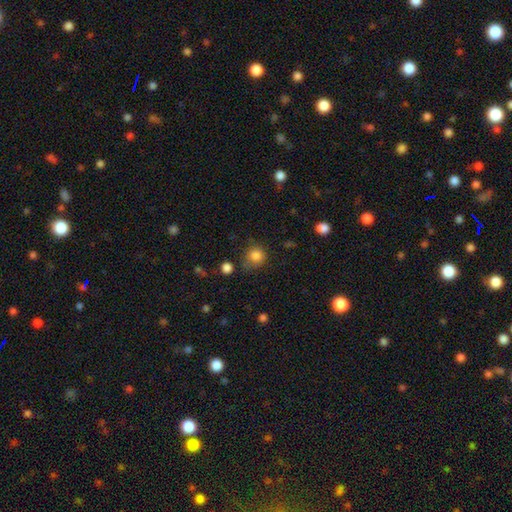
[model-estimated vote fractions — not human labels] Smooth or featured? Predicted: smooth (p=0.84). How rounded? Predicted: round (p=0.84). Merging? Predicted: none (p=0.66).